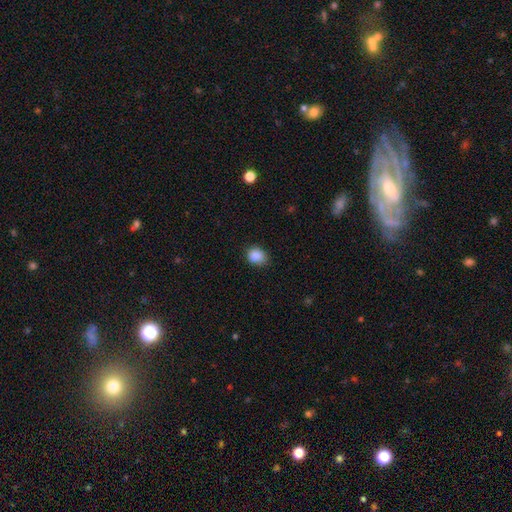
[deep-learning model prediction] Smooth or featured: smooth — 88% (star or artifact — 9%)
How rounded: round — 57% (in between — 42%)
Merging: none — 75% (minor disturbance — 20%)